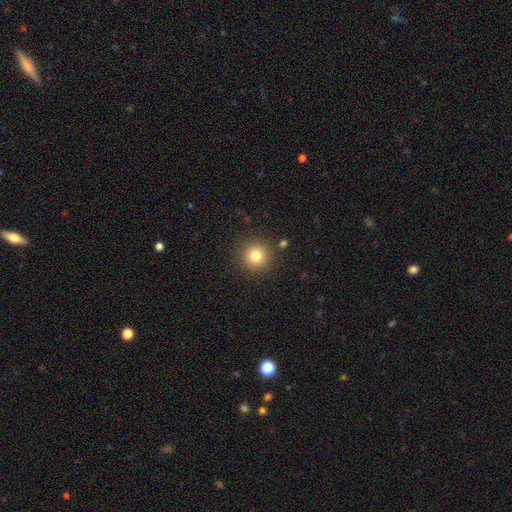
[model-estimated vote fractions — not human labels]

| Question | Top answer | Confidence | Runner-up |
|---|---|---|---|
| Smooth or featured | smooth | 80% | star or artifact (12%) |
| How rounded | round | 95% | in between (4%) |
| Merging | none | 89% | minor disturbance (6%) |